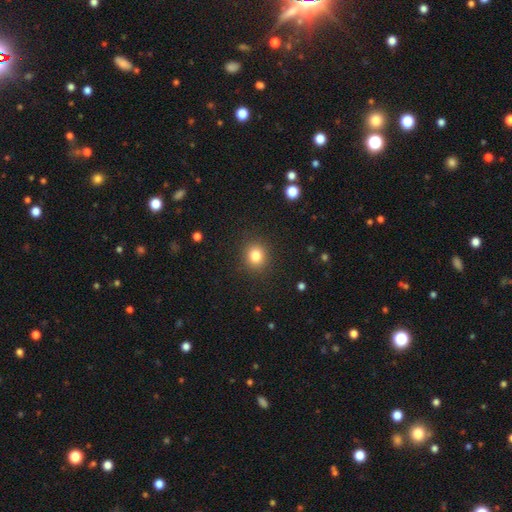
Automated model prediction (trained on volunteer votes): Smooth or featured: smooth — 82% (star or artifact — 11%)
How rounded: round — 80% (in between — 19%)
Merging: none — 89% (minor disturbance — 7%)